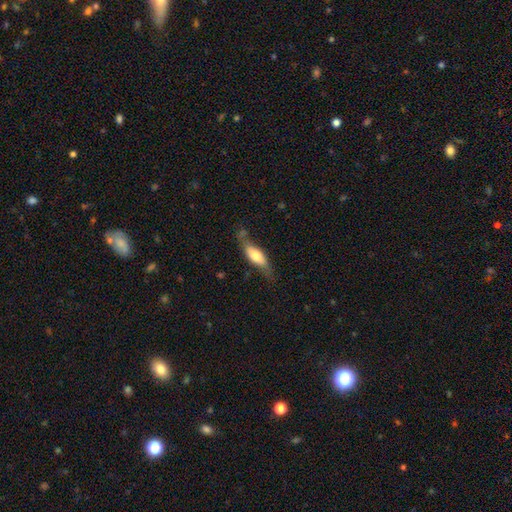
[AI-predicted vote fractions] smooth-or-featured: smooth: 58% | featured or disk: 36% | star or artifact: 6%
  how-rounded: in between: 65% | cigar-shaped: 32% | round: 3%
  merging: none: 56% | minor disturbance: 27% | major disturbance: 12% | merger: 5%